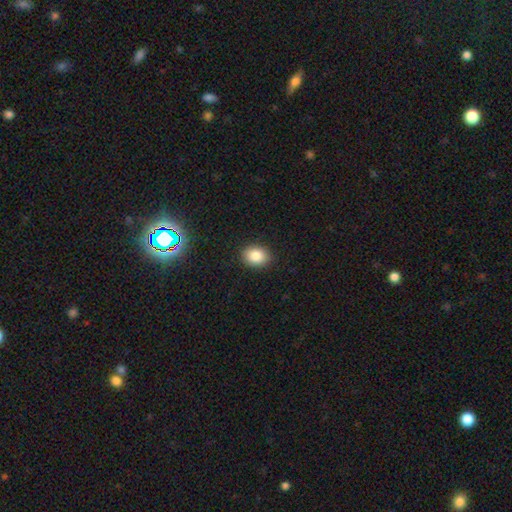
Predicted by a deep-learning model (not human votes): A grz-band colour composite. It shows a smooth galaxy with no disk features (85%) that is in between round and cigar-shaped (58%). Merging: none (89%).